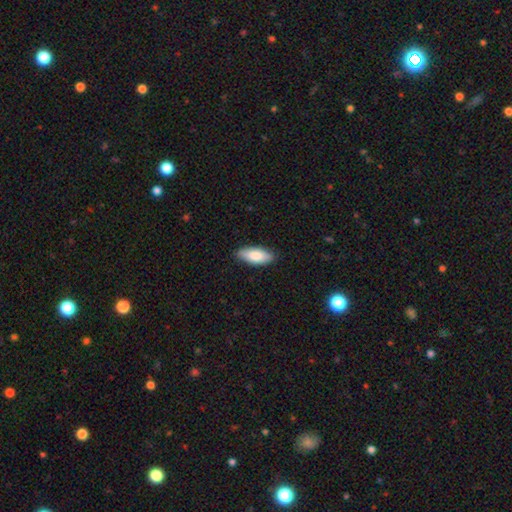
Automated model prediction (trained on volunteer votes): Smooth or featured? Predicted: smooth (p=0.82). How rounded? Predicted: in between (p=0.82). Merging? Predicted: none (p=0.86).